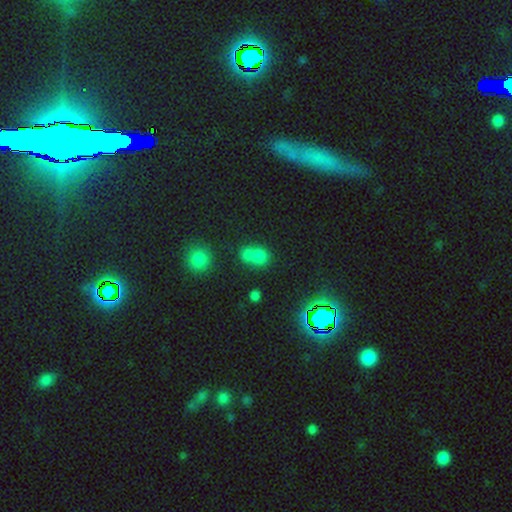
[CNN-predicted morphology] smooth-or-featured: smooth: 68% | star or artifact: 22% | featured or disk: 9%
  how-rounded: in between: 53% | round: 45% | cigar-shaped: 2%
  merging: merger: 46% | none: 36% | minor disturbance: 12% | major disturbance: 7%